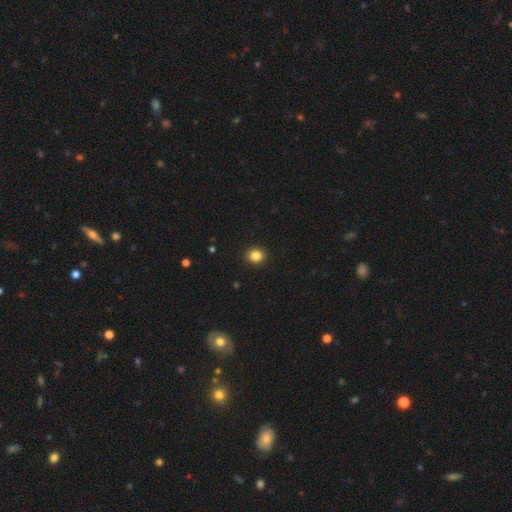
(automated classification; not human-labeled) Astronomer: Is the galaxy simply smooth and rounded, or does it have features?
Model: smooth — 85%.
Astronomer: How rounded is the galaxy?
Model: round — 89%.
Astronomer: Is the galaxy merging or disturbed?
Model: none — 93%.